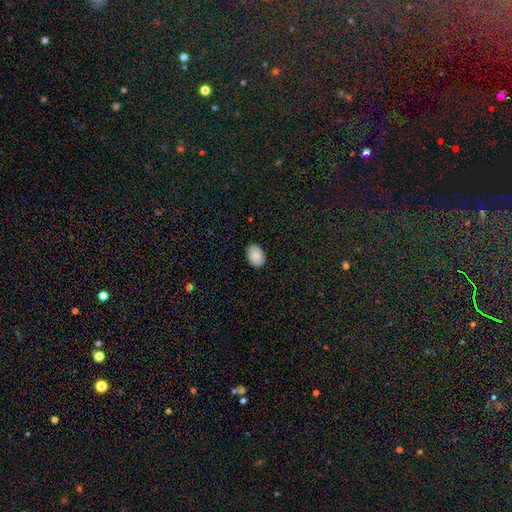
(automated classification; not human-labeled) smooth-or-featured: smooth: 89% | star or artifact: 7% | featured or disk: 4%
  how-rounded: in between: 83% | round: 16% | cigar-shaped: 1%
  merging: none: 89% | minor disturbance: 9% | major disturbance: 2% | merger: 1%